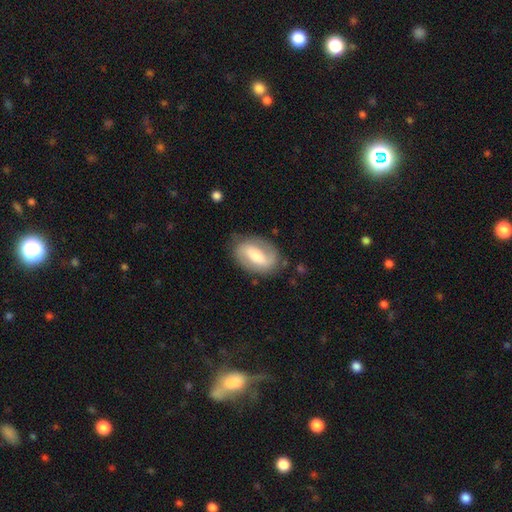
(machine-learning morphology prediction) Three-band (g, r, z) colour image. It shows a featured or disk galaxy (63%) with a strong bar (44%), spiral arms (80%) and a moderate central bulge (51%). Merging: none (78%).